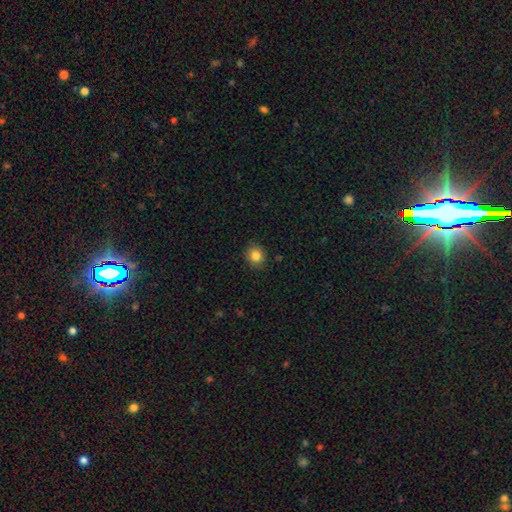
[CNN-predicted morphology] This appears to be a smooth galaxy with no disk features (84%) that is round (80%). Merging: none (89%).